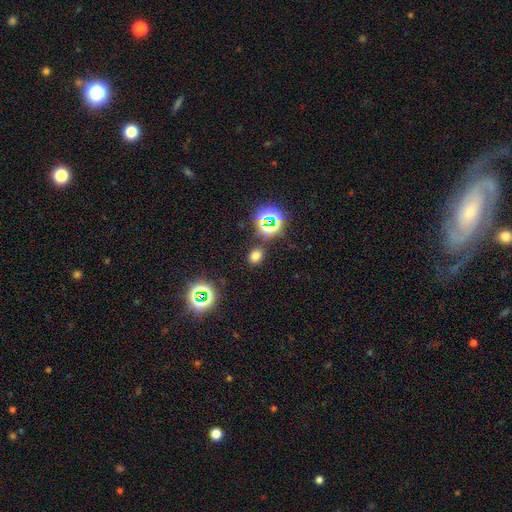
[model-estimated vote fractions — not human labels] A smooth galaxy with no disk features (67%) that is round (54%).

Vote fractions:
- Smooth or featured? smooth: 67% / star or artifact: 27% / featured or disk: 6%
- How rounded? round: 54% / in between: 45% / cigar-shaped: 1%
- Merging? none: 83% / minor disturbance: 9% / merger: 4% / major disturbance: 3%